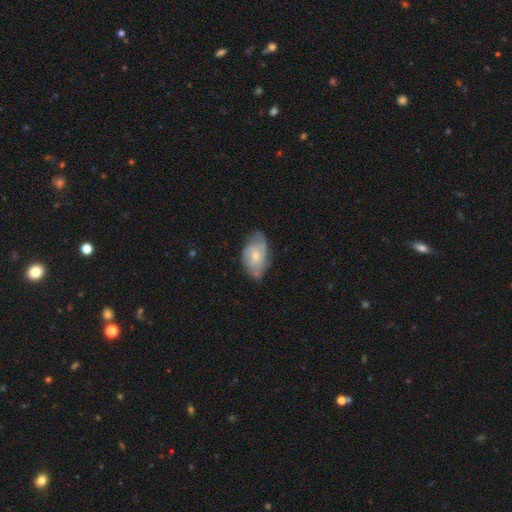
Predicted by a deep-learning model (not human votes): smooth-or-featured: featured or disk: 54% | smooth: 40% | star or artifact: 6%
  disk-edge-on: no: 95% | yes: 5%
    bar: no: 74% | weak: 23% | strong: 3%
    has-spiral-arms: yes: 79% | no: 21%
    bulge-size: small: 54% | moderate: 40% | none: 3% | large: 2% | dominant: 1%
  merging: none: 53% | minor disturbance: 34% | major disturbance: 10% | merger: 2%